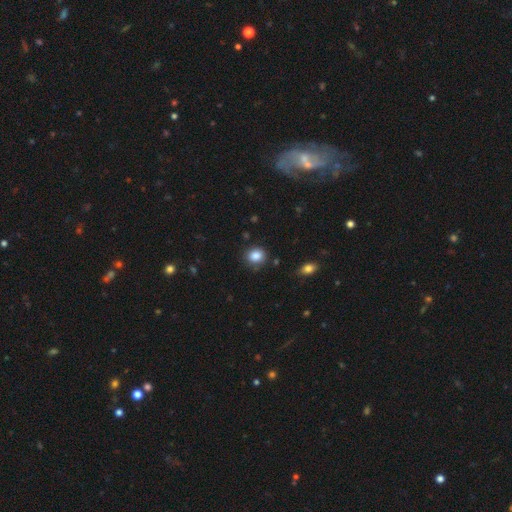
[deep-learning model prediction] smooth 86%, star or artifact 10%, featured or disk 4%. Down the decision tree: how rounded — round (75%); merging — none (82%).